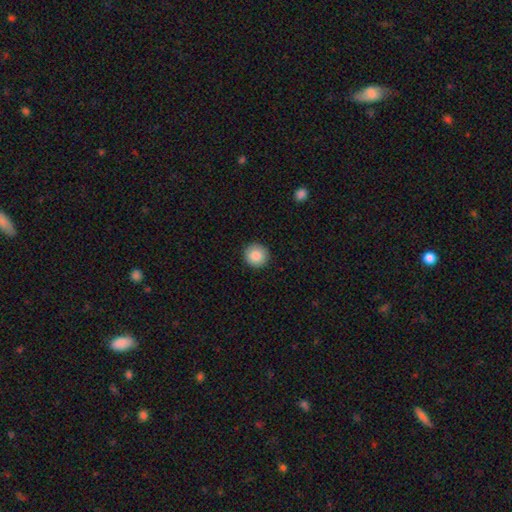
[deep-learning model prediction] Smooth or featured? smooth (87%)
How rounded? round (95%)
Merging? none (92%)